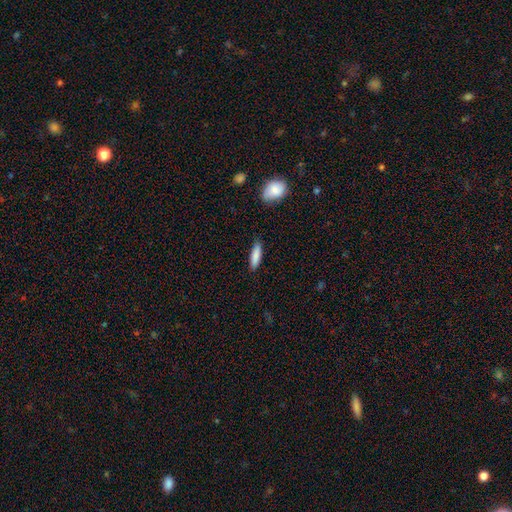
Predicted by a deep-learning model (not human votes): Smooth or featured: smooth — 85% (featured or disk — 9%)
How rounded: cigar-shaped — 61% (in between — 37%)
Merging: none — 86% (minor disturbance — 11%)